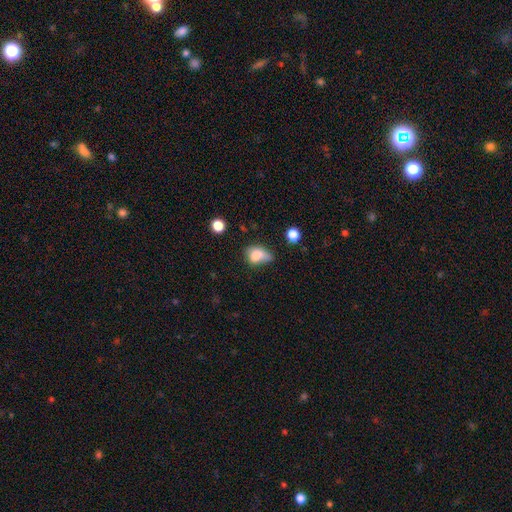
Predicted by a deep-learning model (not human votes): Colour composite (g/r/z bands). It shows a smooth galaxy with no disk features (75%) that is in between round and cigar-shaped (68%). Merging: minor disturbance (35%).